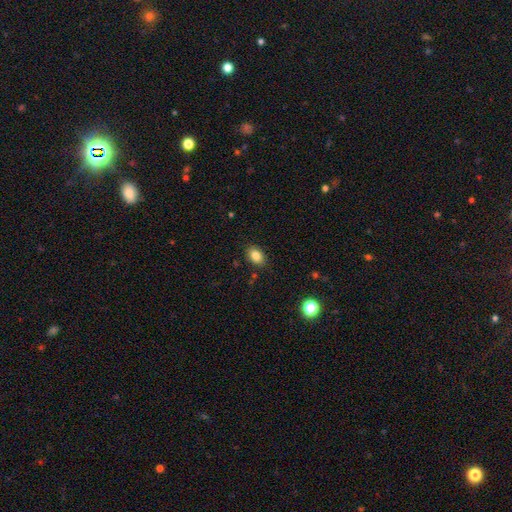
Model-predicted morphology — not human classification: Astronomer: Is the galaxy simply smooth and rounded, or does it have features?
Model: smooth — 84%.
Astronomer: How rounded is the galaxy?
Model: in between — 82%.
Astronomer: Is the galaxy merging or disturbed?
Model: none — 86%.